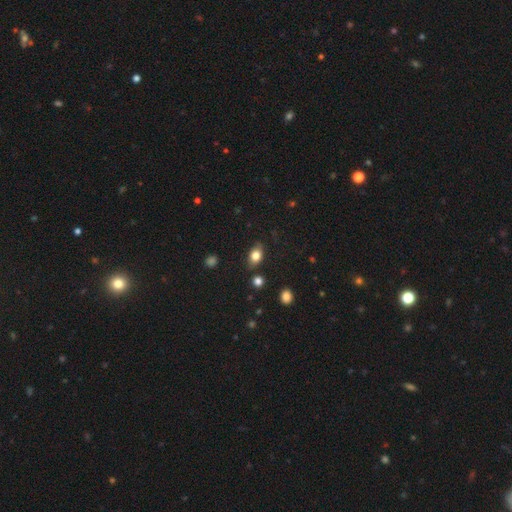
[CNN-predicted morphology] Smooth or featured? smooth (80%)
How rounded? in between (79%)
Merging? none (81%)